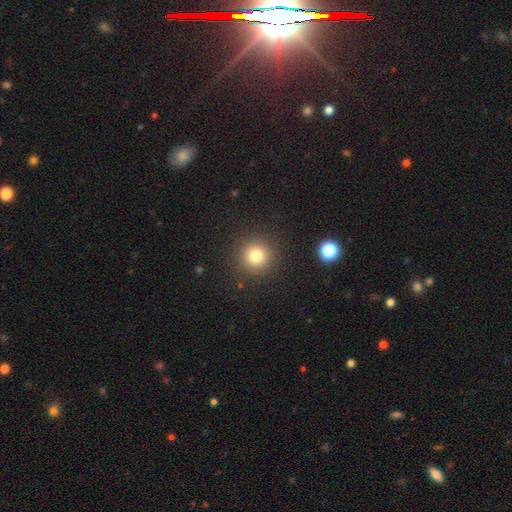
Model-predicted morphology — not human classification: Overall: smooth (79%). How rounded: round (94%). Merging: none (89%).